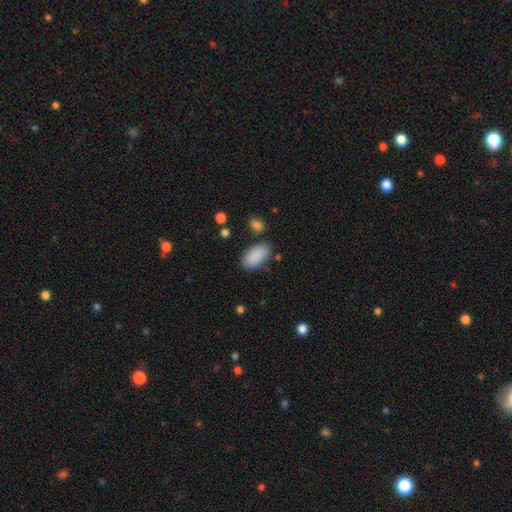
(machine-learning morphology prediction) Smooth or featured?
  - smooth: 90% *
  - star or artifact: 6%
  - featured or disk: 4%
How rounded?
  - in between: 94% *
  - cigar-shaped: 3%
  - round: 3%
Merging?
  - none: 81% *
  - minor disturbance: 12%
  - merger: 4%
  - major disturbance: 3%